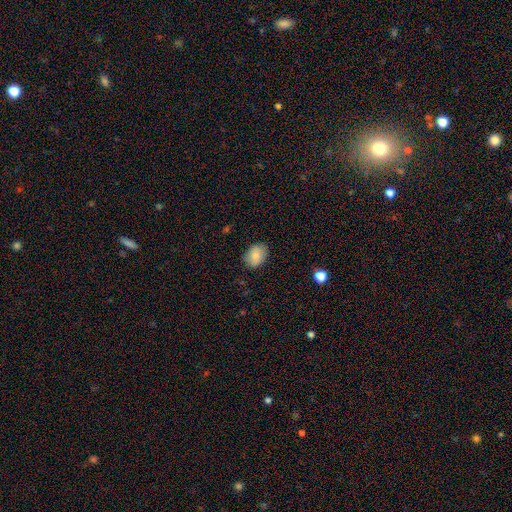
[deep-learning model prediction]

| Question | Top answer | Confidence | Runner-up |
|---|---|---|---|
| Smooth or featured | smooth | 83% | featured or disk (9%) |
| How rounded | in between | 67% | round (32%) |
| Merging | none | 82% | minor disturbance (14%) |